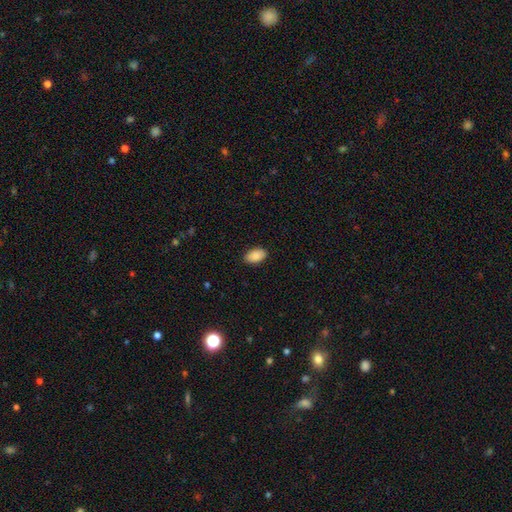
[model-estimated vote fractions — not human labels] smooth 86%, featured or disk 7%, star or artifact 7%. Down the decision tree: how rounded — in between (93%); merging — none (87%).